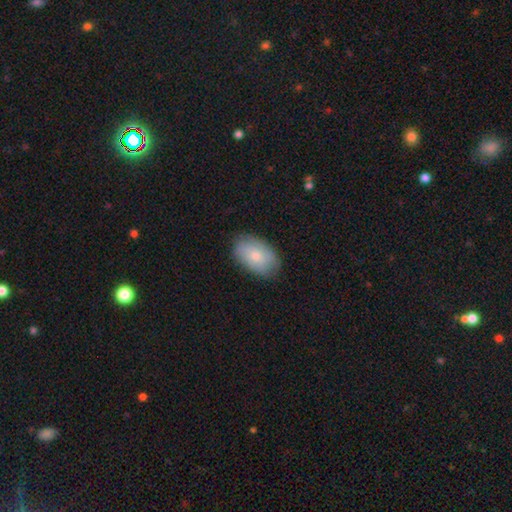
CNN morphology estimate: Overall: smooth (75%). How rounded: in between (92%). Merging: none (81%).